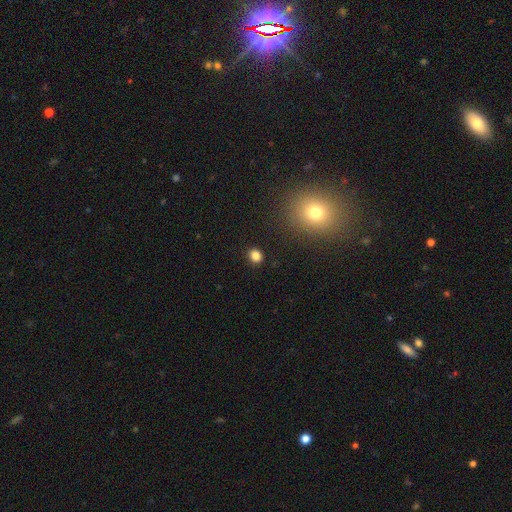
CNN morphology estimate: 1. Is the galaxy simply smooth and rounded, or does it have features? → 82% smooth, 14% star or artifact, 5% featured or disk.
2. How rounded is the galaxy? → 73% round, 26% in between, 1% cigar-shaped.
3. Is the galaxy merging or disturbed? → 89% none, 6% minor disturbance, 2% major disturbance, 2% merger.